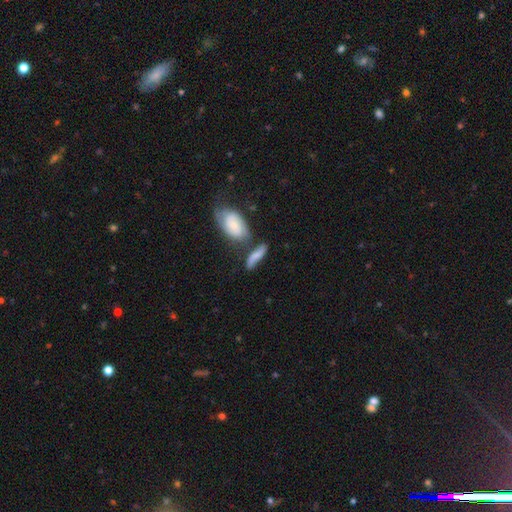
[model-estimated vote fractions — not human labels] The model was most divided on "how rounded": in between: 50%, cigar-shaped: 46%, round: 4%. Remaining: smooth or featured — smooth (56%); merging — none (40%).